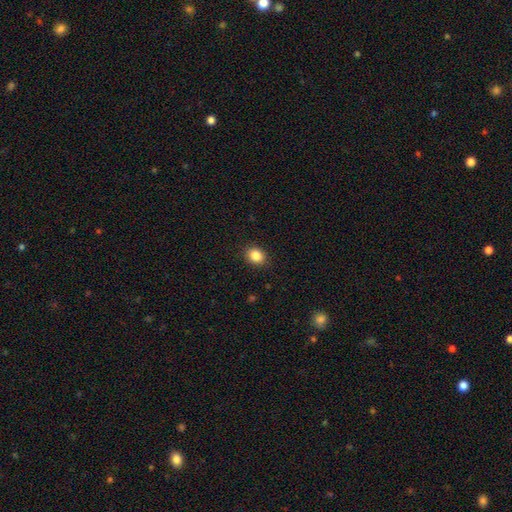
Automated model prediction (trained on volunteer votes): This appears to be a smooth galaxy with no disk features (85%) that is round (55%). Merging: none (89%).